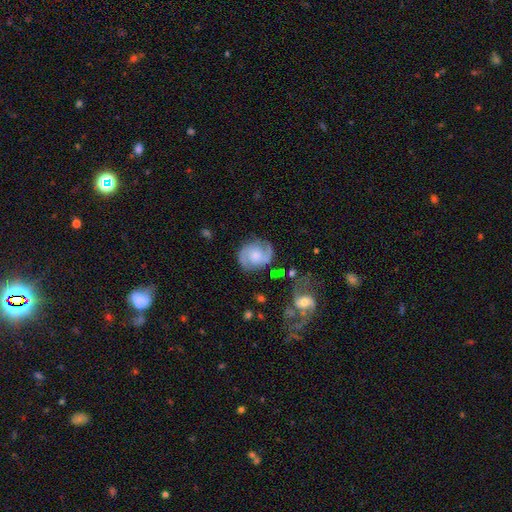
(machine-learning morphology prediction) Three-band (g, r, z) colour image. It shows a featured or disk galaxy (79%) with no bar (61%), 2 (88%) medium (51%) spiral arms (95%) and a moderate central bulge (42%). Merging: none (74%).